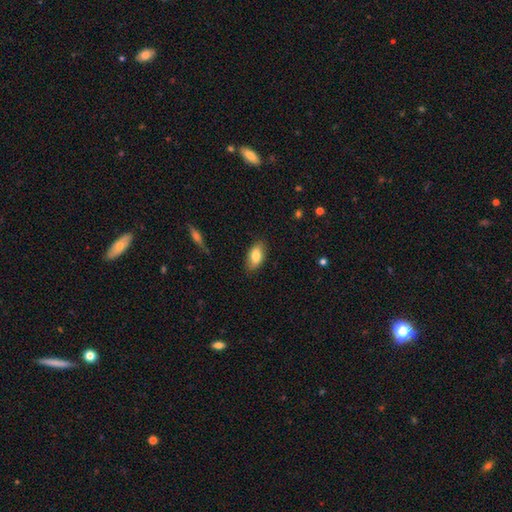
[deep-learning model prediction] smooth_or_featured: smooth (p=0.79) [alt: featured or disk p=0.14]
how_rounded: in between (p=0.91) [alt: cigar-shaped p=0.05]
merging: none (p=0.83) [alt: minor disturbance p=0.13]